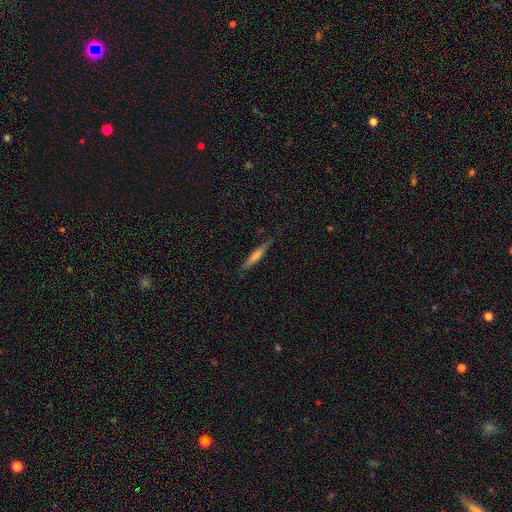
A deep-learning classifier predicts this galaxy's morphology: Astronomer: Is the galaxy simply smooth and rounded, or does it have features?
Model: featured or disk — 47% (runner-up: smooth, 46%).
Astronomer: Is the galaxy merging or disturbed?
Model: none — 85%.